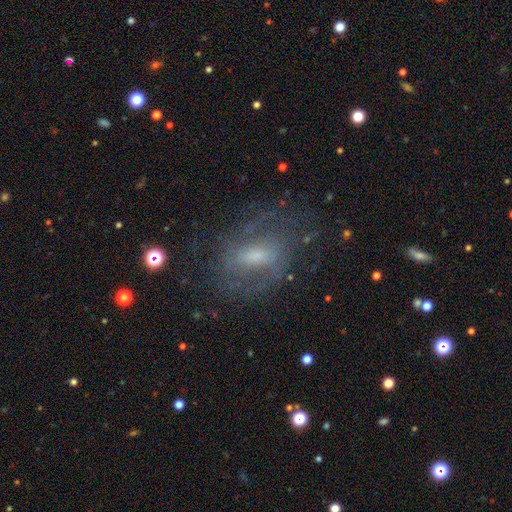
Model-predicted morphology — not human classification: Q: Smooth or featured?
A: featured or disk (70%); runner-up: smooth (20%)
Q: Edge-on disk?
A: no (95%); runner-up: yes (5%)
Q: Bar?
A: weak (52%); runner-up: no (27%)
Q: Spiral arms?
A: yes (82%); runner-up: no (18%)
Q: Spiral winding?
A: medium (45%); runner-up: tight (36%)
Q: Spiral arm count?
A: 2 (47%); runner-up: can't tell (35%)
Q: Bulge size?
A: moderate (41%); runner-up: small (38%)
Q: Merging?
A: none (69%); runner-up: minor disturbance (17%)